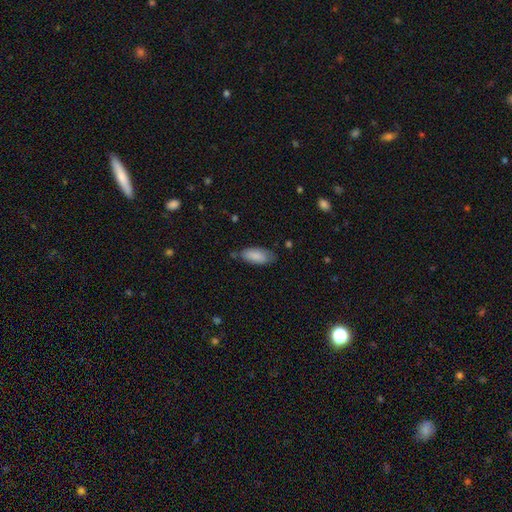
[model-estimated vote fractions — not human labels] Morphology: type=smooth (84%); roundness=in between (85%); merging=none (67%).